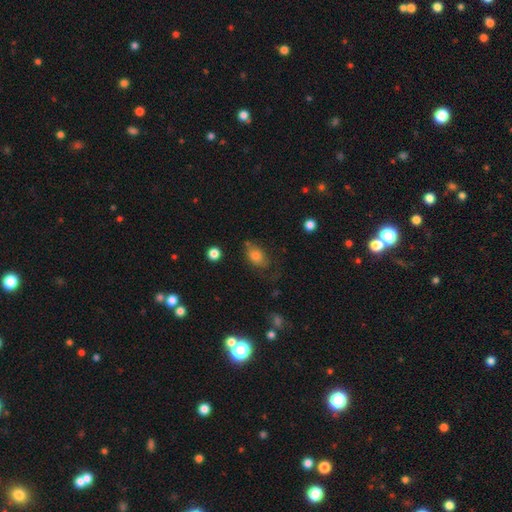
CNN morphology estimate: smooth 73%, featured or disk 17%, star or artifact 11%. Down the decision tree: how rounded — in between (83%); merging — none (53%).